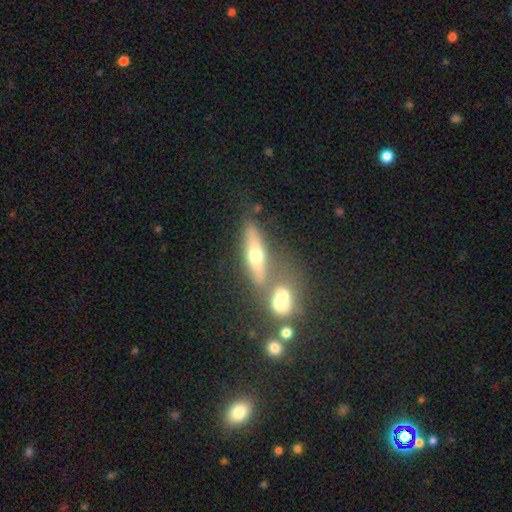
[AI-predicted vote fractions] Smooth or featured? Predicted: smooth (p=0.46). Merging? Predicted: none (p=0.54).